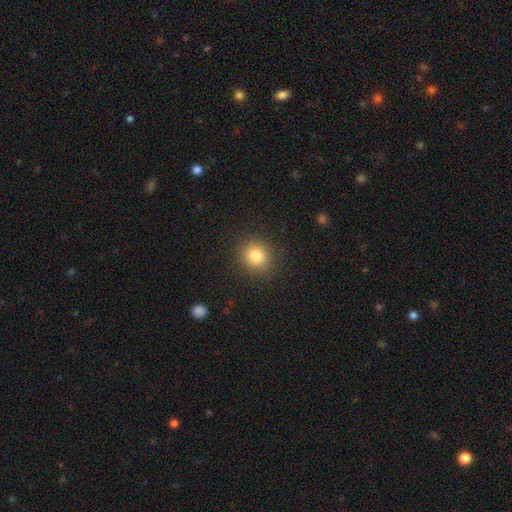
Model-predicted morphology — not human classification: Smooth or featured?
  - smooth: 82% *
  - star or artifact: 12%
  - featured or disk: 7%
How rounded?
  - round: 86% *
  - in between: 13%
  - cigar-shaped: 1%
Merging?
  - none: 90% *
  - minor disturbance: 7%
  - major disturbance: 3%
  - merger: 1%